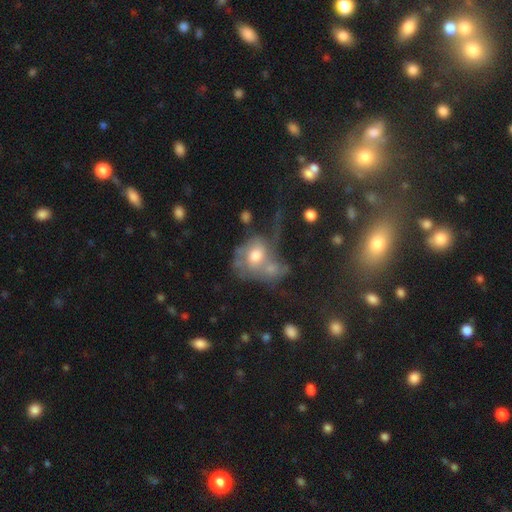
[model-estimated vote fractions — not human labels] A featured or disk galaxy (51%).

Vote fractions:
- Smooth or featured? featured or disk: 51% / smooth: 39% / star or artifact: 10%
- Edge-on disk? no: 96% / yes: 4%
- Merging? major disturbance: 35% / merger: 34% / none: 18% / minor disturbance: 13%